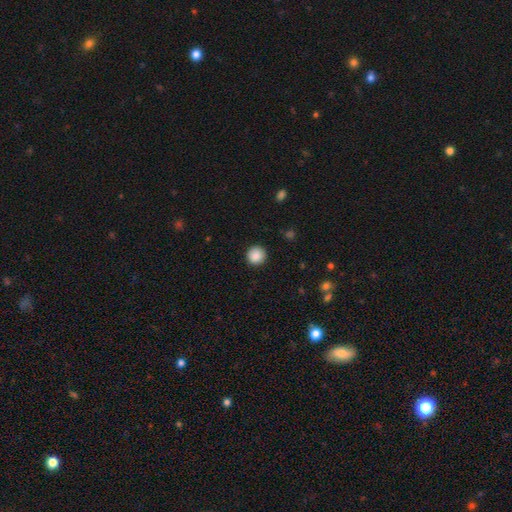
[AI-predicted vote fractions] Overall: smooth (88%). How rounded: round (94%). Merging: none (91%).